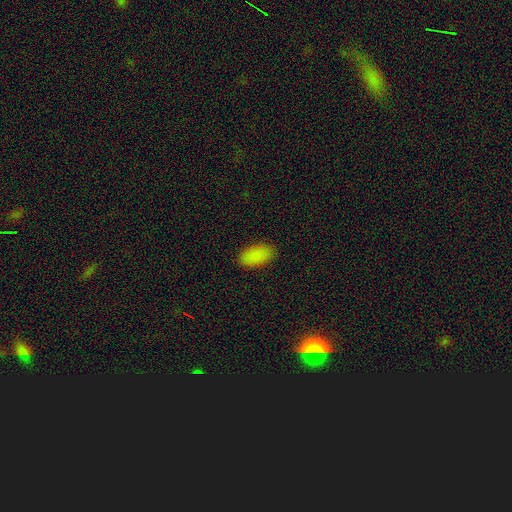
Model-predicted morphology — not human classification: Smooth or featured?
  - smooth: 88% *
  - star or artifact: 8%
  - featured or disk: 4%
How rounded?
  - in between: 94% *
  - round: 3%
  - cigar-shaped: 2%
Merging?
  - none: 87% *
  - minor disturbance: 10%
  - major disturbance: 2%
  - merger: 1%